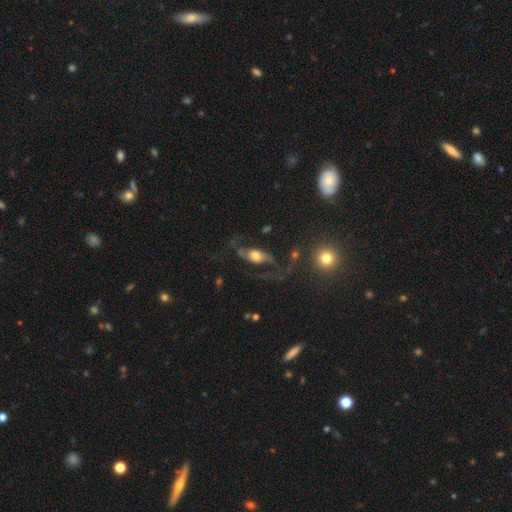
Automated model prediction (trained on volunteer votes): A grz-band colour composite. It shows a featured or disk galaxy (63%) with no bar (62%), spiral arms (79%) and a moderate central bulge (55%). Merging: none (52%).